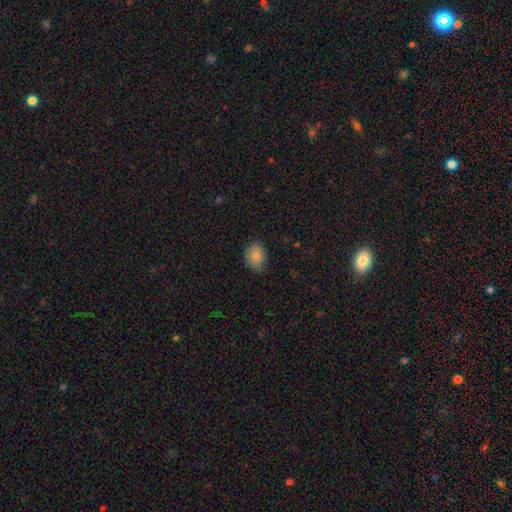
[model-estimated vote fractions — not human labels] smooth 85%, star or artifact 8%, featured or disk 7%. Down the decision tree: how rounded — in between (67%); merging — none (69%).